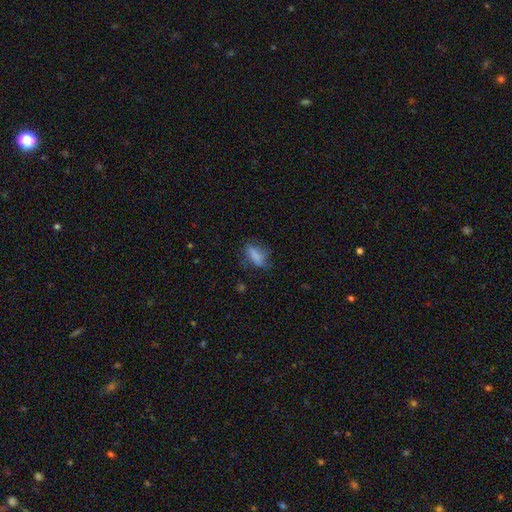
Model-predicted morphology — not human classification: Smooth or featured? Predicted: smooth (p=0.72). How rounded? Predicted: in between (p=0.74). Merging? Predicted: none (p=0.57).